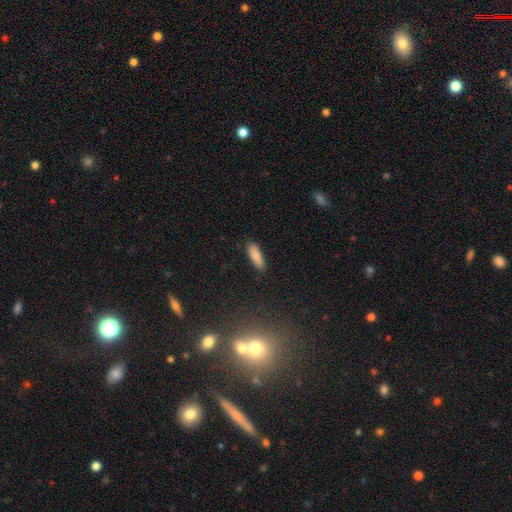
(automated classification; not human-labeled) smooth-or-featured: smooth: 86% | star or artifact: 7% | featured or disk: 7%
  how-rounded: in between: 54% | cigar-shaped: 44% | round: 2%
  merging: none: 84% | minor disturbance: 12% | major disturbance: 2% | merger: 1%